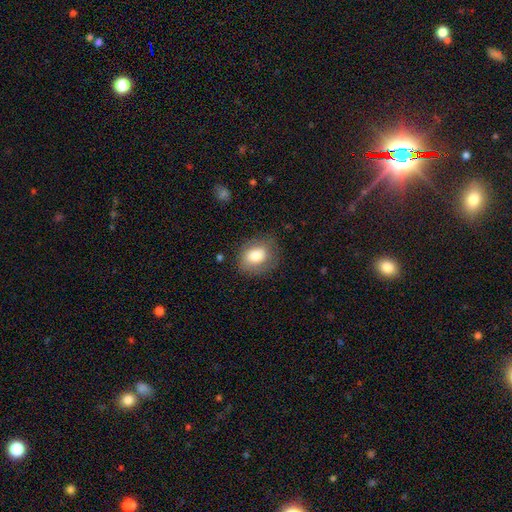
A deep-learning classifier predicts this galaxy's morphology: smooth 74%, featured or disk 18%, star or artifact 8%. Down the decision tree: how rounded — round (53%); merging — none (73%).